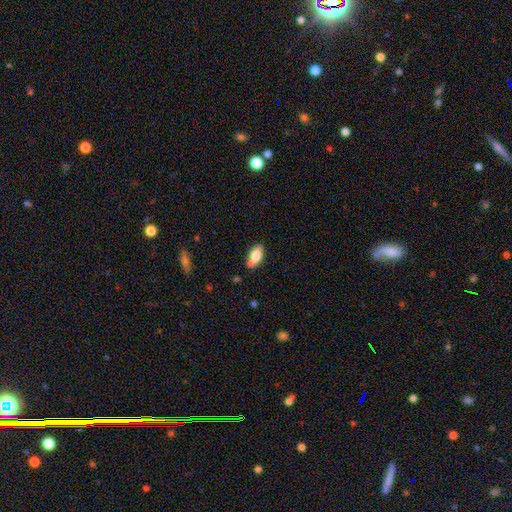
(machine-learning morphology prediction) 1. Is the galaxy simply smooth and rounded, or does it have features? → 79% smooth, 13% featured or disk, 7% star or artifact.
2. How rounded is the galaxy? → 91% in between, 5% cigar-shaped, 4% round.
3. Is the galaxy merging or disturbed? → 67% none, 18% minor disturbance, 11% merger, 4% major disturbance.